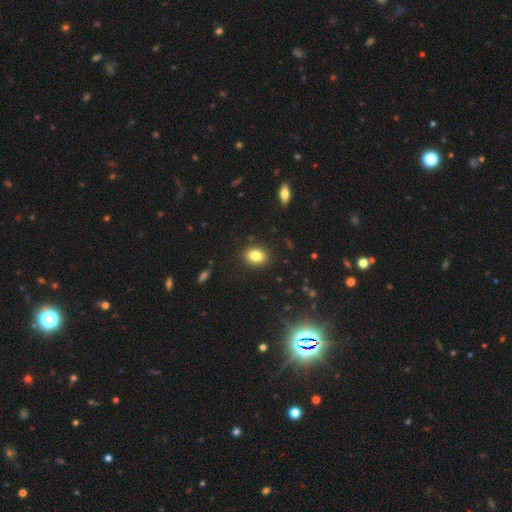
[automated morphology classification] This appears to be a smooth galaxy with no disk features (83%) that is in between round and cigar-shaped (62%). Merging: none (89%).